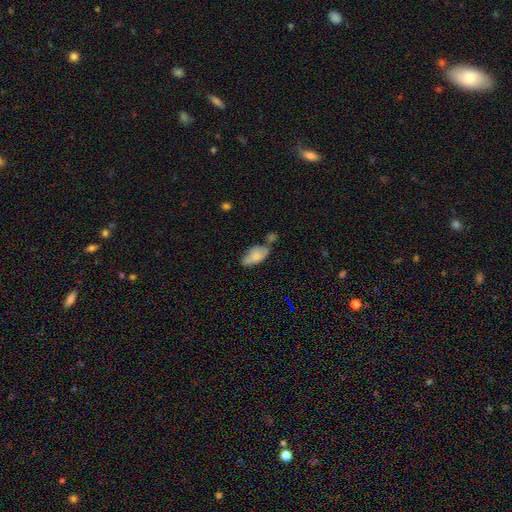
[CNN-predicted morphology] This is likely a smooth galaxy (74%). How rounded: clearly in between (89%). Merging: possibly none (47%).